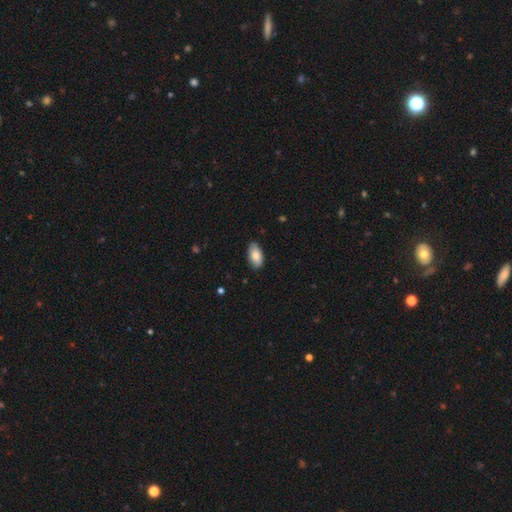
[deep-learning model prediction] The model was most divided on "merging": none: 83%, minor disturbance: 14%, major disturbance: 2%, merger: 1%. More confident: how rounded — in between (95%); smooth or featured — smooth (83%).